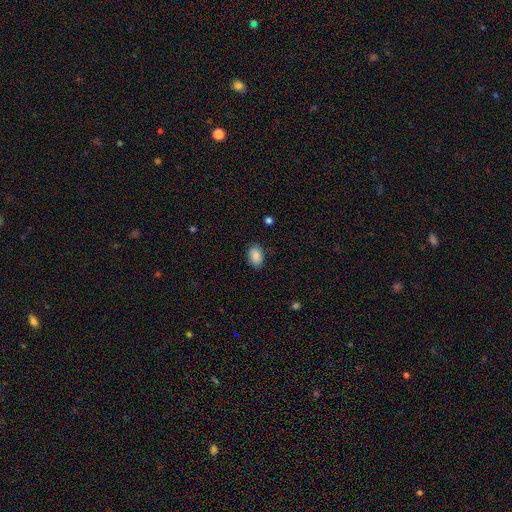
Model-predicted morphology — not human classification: Smooth or featured?
  - smooth: 87% *
  - star or artifact: 7%
  - featured or disk: 5%
How rounded?
  - in between: 83% *
  - round: 16%
  - cigar-shaped: 1%
Merging?
  - none: 86% *
  - minor disturbance: 11%
  - major disturbance: 3%
  - merger: 1%